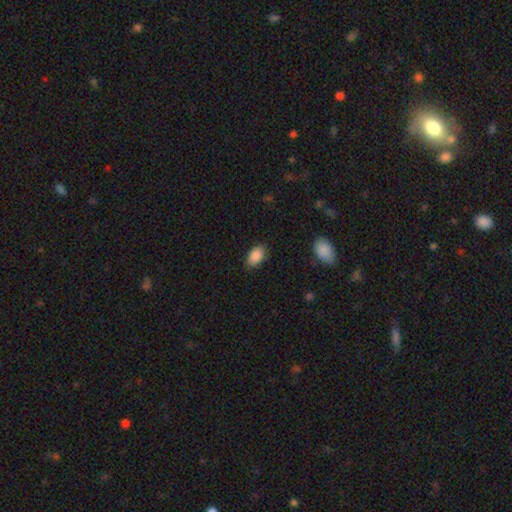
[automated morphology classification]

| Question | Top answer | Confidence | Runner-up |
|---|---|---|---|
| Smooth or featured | smooth | 88% | star or artifact (7%) |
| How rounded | in between | 91% | round (7%) |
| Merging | none | 85% | minor disturbance (11%) |